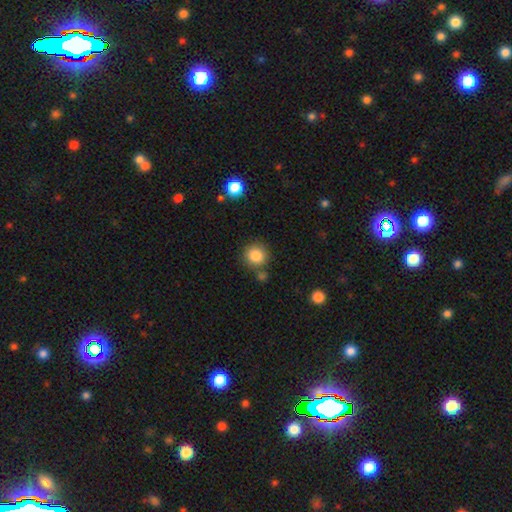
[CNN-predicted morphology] smooth_or_featured: smooth (p=0.85) [alt: star or artifact p=0.10]
how_rounded: round (p=0.91) [alt: in between p=0.08]
merging: none (p=0.77) [alt: merger p=0.10]